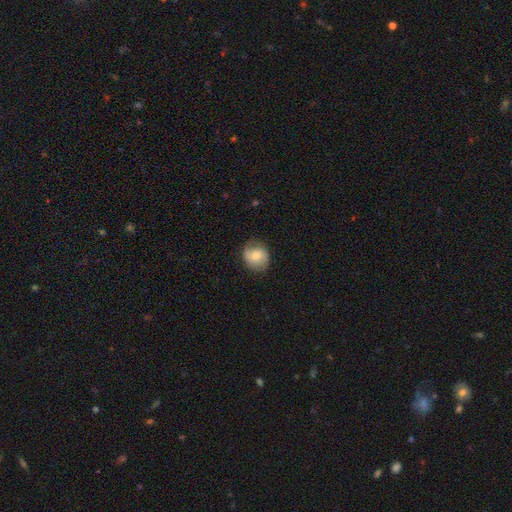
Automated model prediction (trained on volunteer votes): Smooth or featured? smooth (60%)
How rounded? round (74%)
Merging? none (74%)